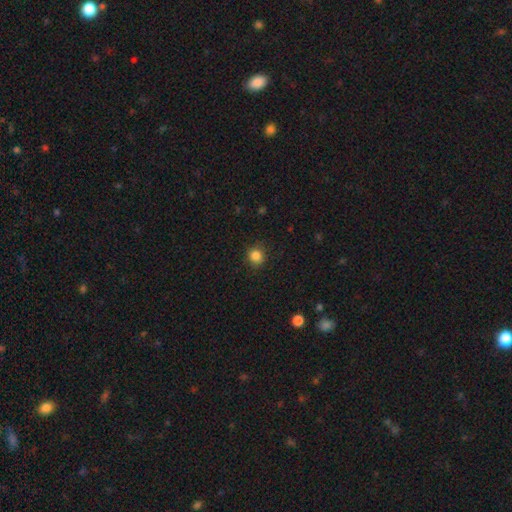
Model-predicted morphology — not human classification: A smooth galaxy with no disk features (85%) that is round (88%).

Vote fractions:
- Smooth or featured? smooth: 85% / star or artifact: 11% / featured or disk: 4%
- How rounded? round: 88% / in between: 11% / cigar-shaped: 1%
- Merging? none: 87% / minor disturbance: 10% / major disturbance: 3% / merger: 1%